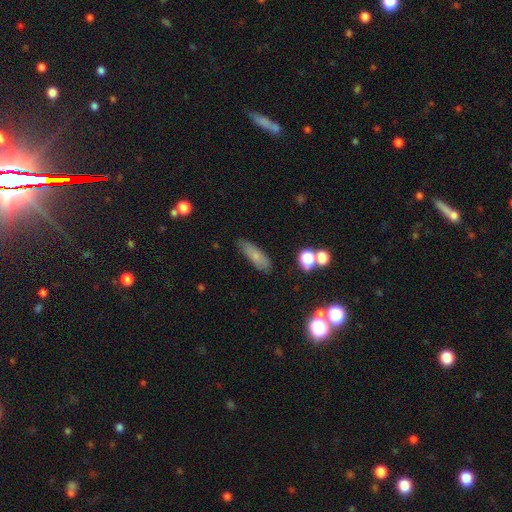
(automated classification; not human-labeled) A smooth galaxy with no disk features (72%) that is cigar-shaped (53%).

Vote fractions:
- Smooth or featured? smooth: 72% / featured or disk: 18% / star or artifact: 10%
- How rounded? cigar-shaped: 53% / in between: 43% / round: 3%
- Merging? none: 77% / minor disturbance: 16% / major disturbance: 4% / merger: 3%